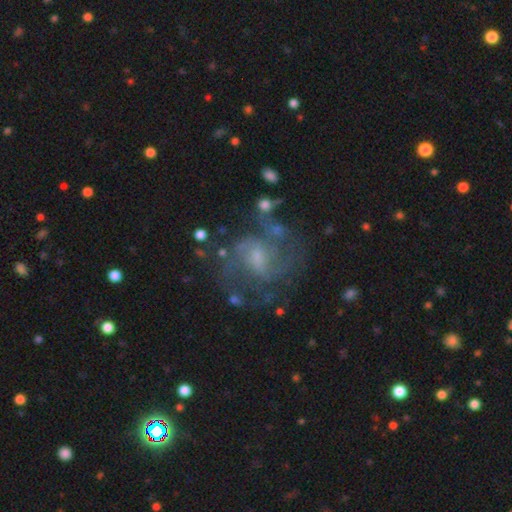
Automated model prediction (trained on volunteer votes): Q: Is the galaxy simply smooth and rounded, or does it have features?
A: featured or disk — 76%.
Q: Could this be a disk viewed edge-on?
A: no — 98%.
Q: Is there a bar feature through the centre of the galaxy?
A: weak — 53%.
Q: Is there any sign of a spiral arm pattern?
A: yes — 86%.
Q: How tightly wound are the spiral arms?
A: medium — 51%.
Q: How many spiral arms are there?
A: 2 — 44%.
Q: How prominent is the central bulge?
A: small — 46%.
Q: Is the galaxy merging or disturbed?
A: none — 57%.